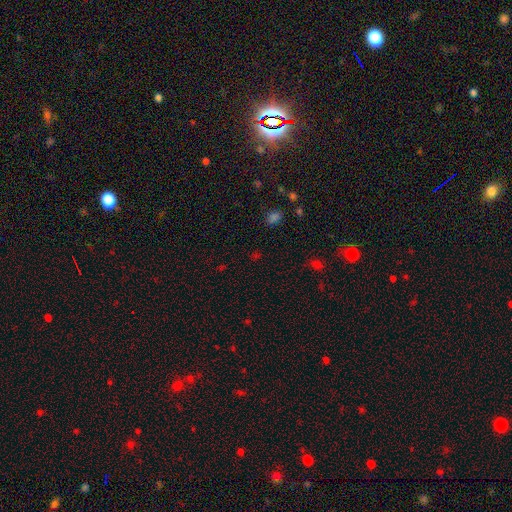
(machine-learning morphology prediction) star or artifact 54%, smooth 39%, featured or disk 7%.